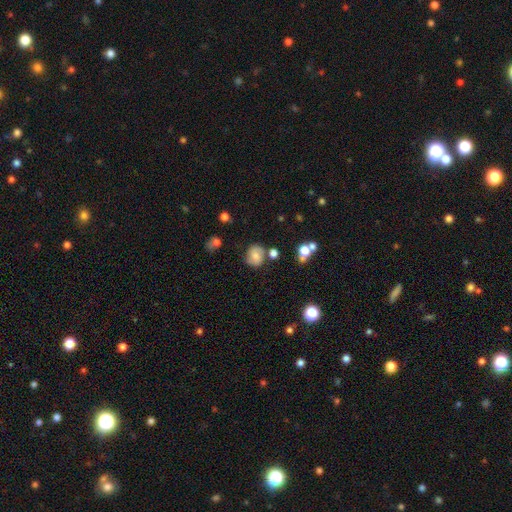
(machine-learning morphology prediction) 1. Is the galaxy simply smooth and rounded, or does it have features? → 58% smooth, 30% featured or disk, 12% star or artifact.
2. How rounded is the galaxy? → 71% round, 28% in between, 1% cigar-shaped.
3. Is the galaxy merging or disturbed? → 69% none, 18% minor disturbance, 7% merger, 6% major disturbance.